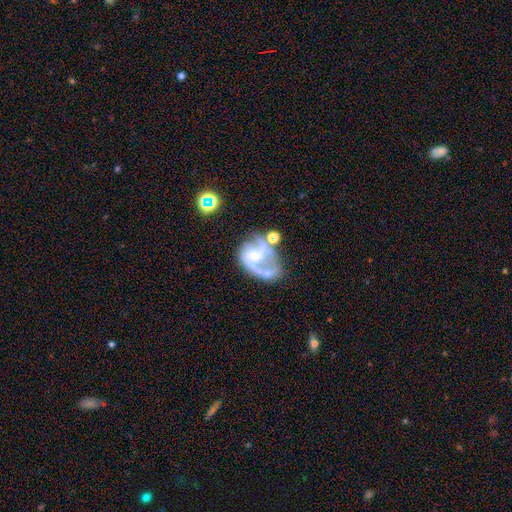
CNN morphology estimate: Overall: featured or disk (78%). Edge-on disk: no (98%). Bar: no (46%; weak 40%). Spiral arms: yes (88%). Spiral arm count: 2 (64%). Spiral winding: medium (47%; loose 38%). Bulge size: small (40%; moderate 31%). Merging: none (35%; major disturbance 27%).